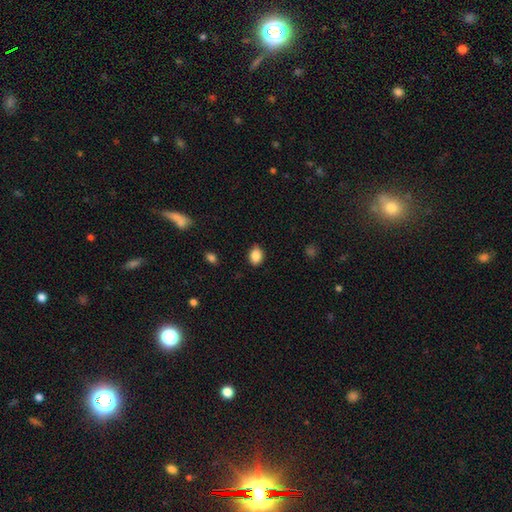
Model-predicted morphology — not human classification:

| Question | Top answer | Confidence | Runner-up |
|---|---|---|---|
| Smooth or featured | smooth | 88% | star or artifact (8%) |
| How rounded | in between | 70% | round (29%) |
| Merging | none | 83% | minor disturbance (13%) |